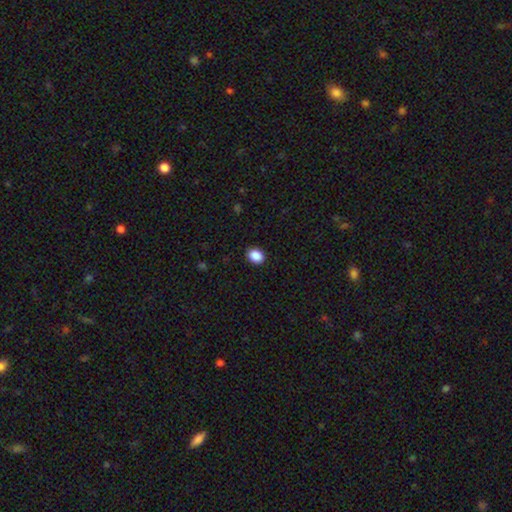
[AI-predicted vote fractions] smooth_or_featured: smooth (p=0.89) [alt: star or artifact p=0.08]
how_rounded: in between (p=0.59) [alt: round p=0.40]
merging: none (p=0.90) [alt: minor disturbance p=0.07]